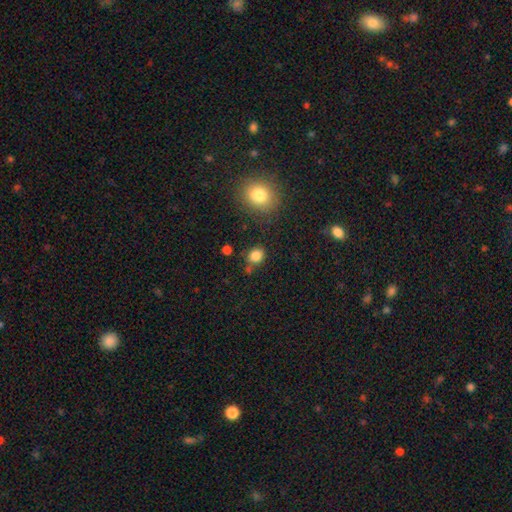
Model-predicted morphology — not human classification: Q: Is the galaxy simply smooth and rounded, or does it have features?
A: smooth — 83%.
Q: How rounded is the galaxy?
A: round — 72%.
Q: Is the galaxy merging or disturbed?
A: none — 73%.